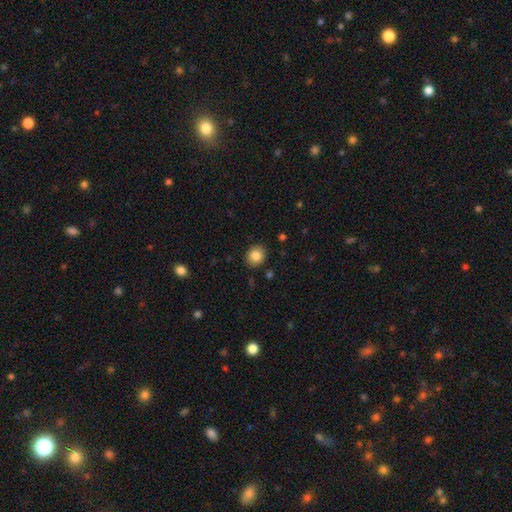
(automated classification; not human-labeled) smooth_or_featured: smooth (p=0.85) [alt: star or artifact p=0.09]
how_rounded: round (p=0.69) [alt: in between p=0.30]
merging: none (p=0.89) [alt: minor disturbance p=0.08]